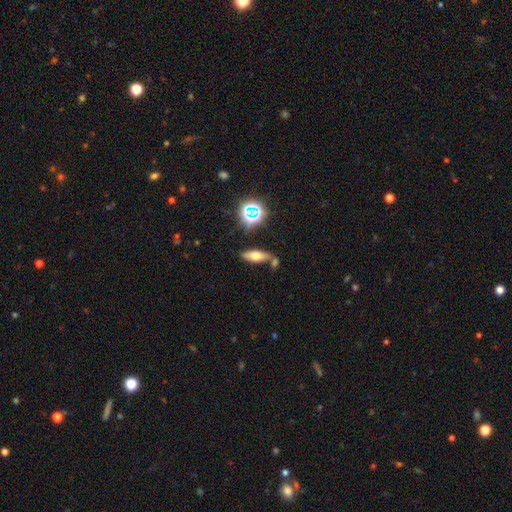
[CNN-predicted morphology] smooth-or-featured: smooth: 55% | featured or disk: 29% | star or artifact: 16%
  how-rounded: in between: 59% | cigar-shaped: 35% | round: 6%
  merging: none: 64% | merger: 17% | minor disturbance: 14% | major disturbance: 5%